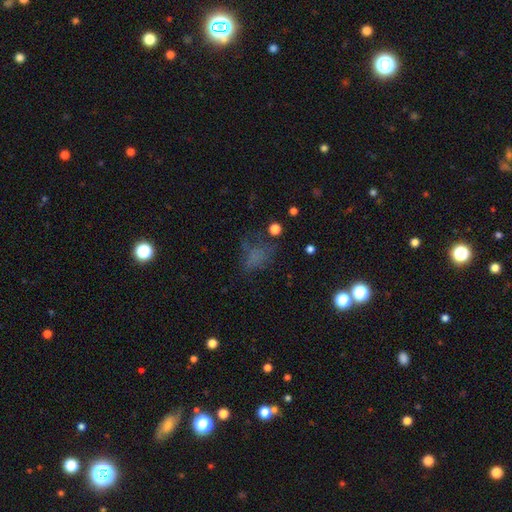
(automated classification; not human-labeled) This appears to be a smooth galaxy with no disk features (51%) that is in between round and cigar-shaped (63%). Merging: none (45%).